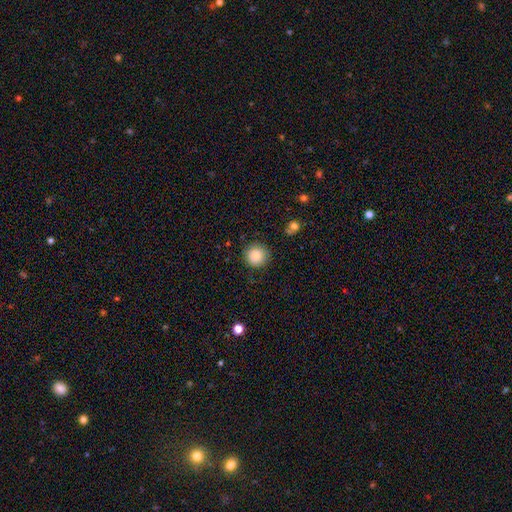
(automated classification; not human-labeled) The model was most divided on "smooth or featured": smooth: 85%, star or artifact: 10%, featured or disk: 5%. More confident: how rounded — round (94%); merging — none (89%).